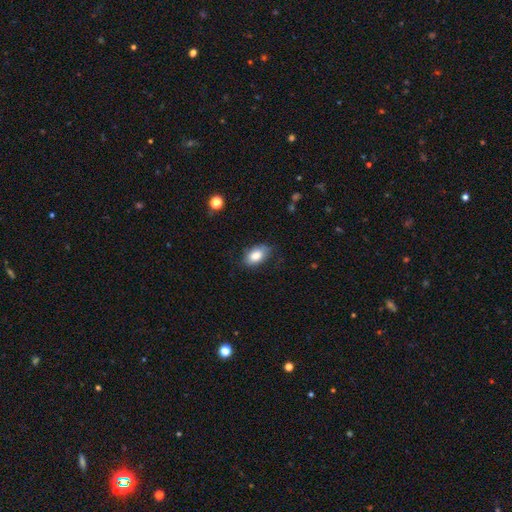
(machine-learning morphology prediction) smooth-or-featured: smooth: 83% | featured or disk: 10% | star or artifact: 7%
  how-rounded: in between: 91% | round: 7% | cigar-shaped: 2%
  merging: none: 77% | minor disturbance: 18% | major disturbance: 4% | merger: 1%